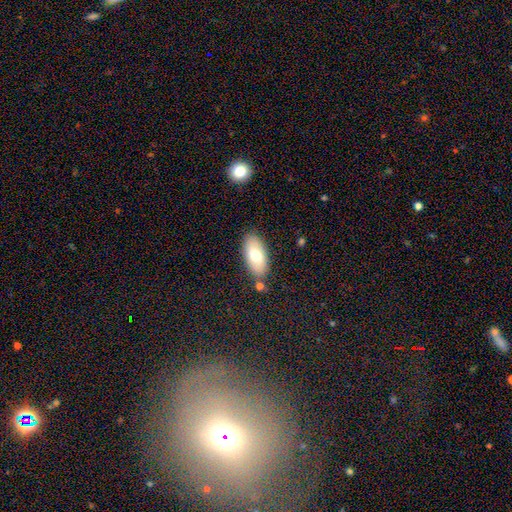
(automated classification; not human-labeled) smooth_or_featured: smooth (p=0.70) [alt: featured or disk p=0.23]
how_rounded: in between (p=0.92) [alt: cigar-shaped p=0.06]
merging: none (p=0.82) [alt: minor disturbance p=0.11]